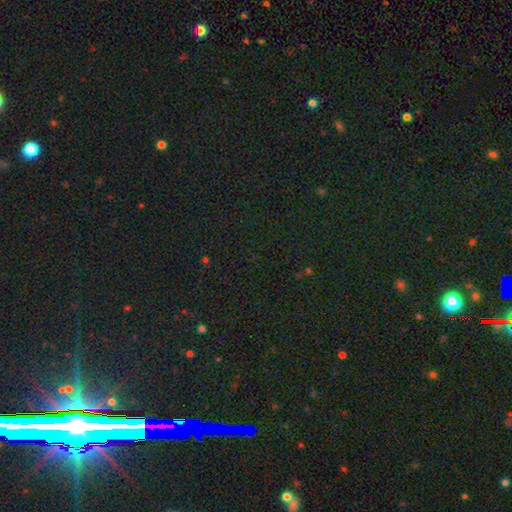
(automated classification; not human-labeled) The model was most divided on "smooth or featured": star or artifact: 84%, smooth: 9%, featured or disk: 7%.